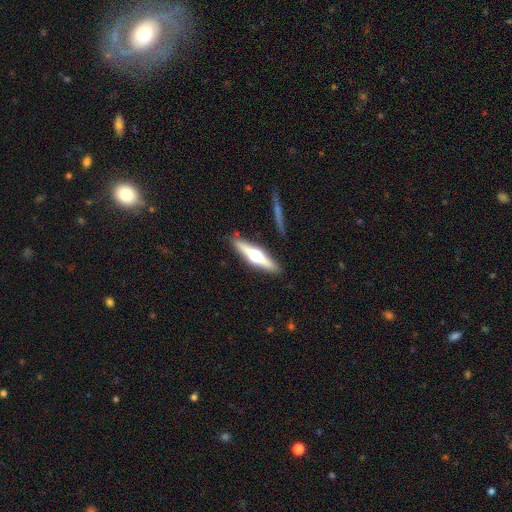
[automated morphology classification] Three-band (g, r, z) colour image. It shows a featured or disk galaxy (69%) viewed edge-on (97%) with a rounded central bulge (96%). Merging: none (87%).